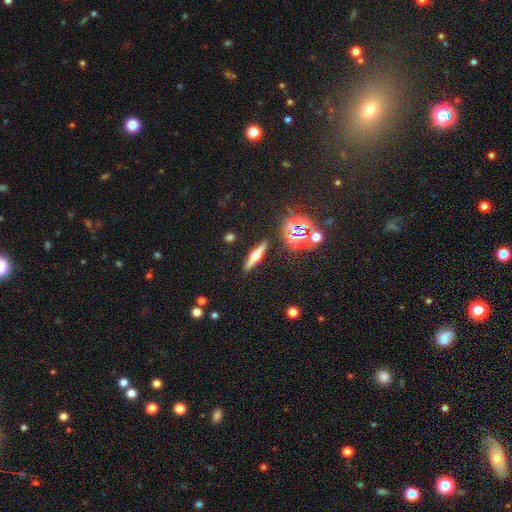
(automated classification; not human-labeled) This is possibly a featured or disk galaxy (59%). It is clearly viewed edge-on (95%). Edge-on bulge: clearly rounded (92%). Merging: clearly none (90%).